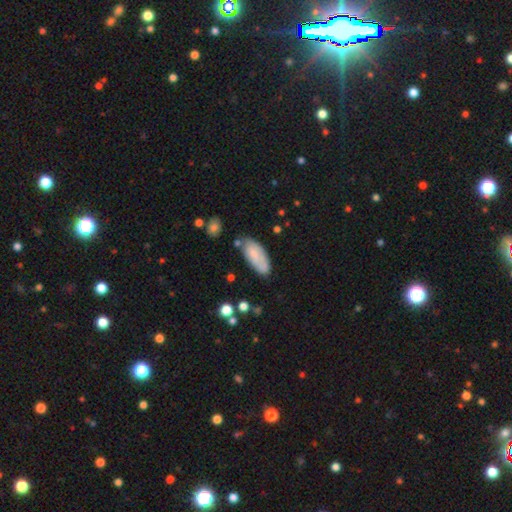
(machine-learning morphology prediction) Smooth or featured? smooth (73%)
How rounded? in between (85%)
Merging? none (61%)